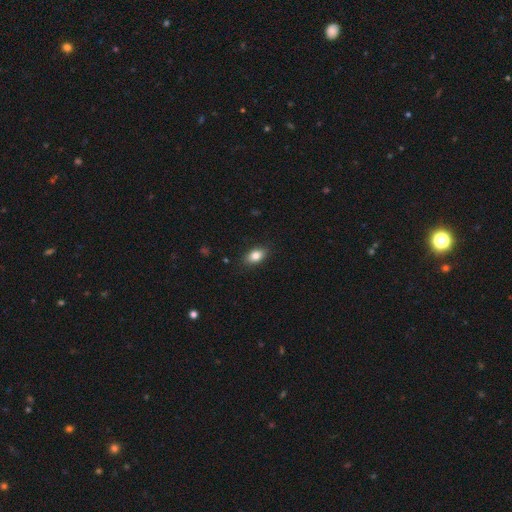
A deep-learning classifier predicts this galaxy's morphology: Overall: smooth (82%). How rounded: in between (87%). Merging: none (86%).